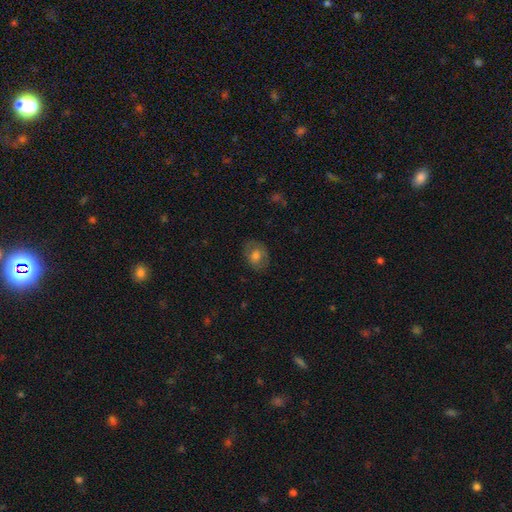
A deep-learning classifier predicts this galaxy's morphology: smooth_or_featured: smooth (p=0.68) [alt: featured or disk p=0.23]
how_rounded: in between (p=0.60) [alt: round p=0.39]
merging: none (p=0.78) [alt: minor disturbance p=0.16]